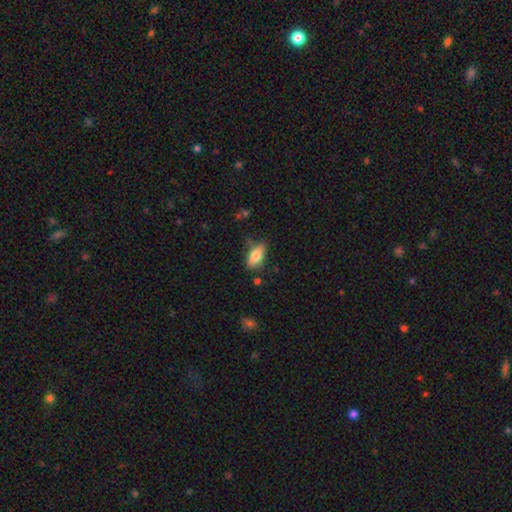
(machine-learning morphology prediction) The model was most divided on "merging": none: 69%, minor disturbance: 22%, major disturbance: 5%, merger: 4%. More confident: how rounded — in between (86%); smooth or featured — smooth (77%).